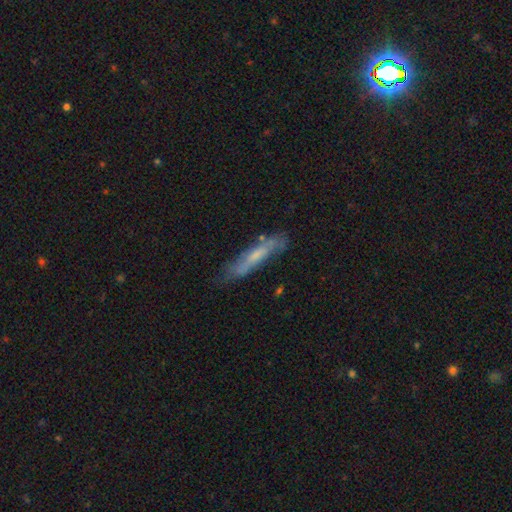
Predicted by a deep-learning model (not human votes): This appears to be a smooth galaxy with no disk features (47%). Merging: none (68%).